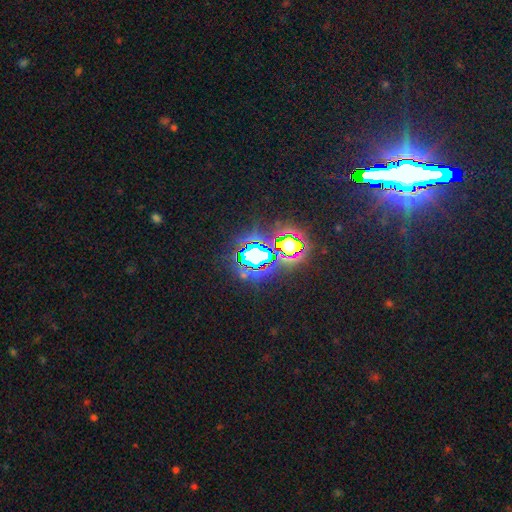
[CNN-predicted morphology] Smooth or featured: star or artifact — 74% (smooth — 14%)